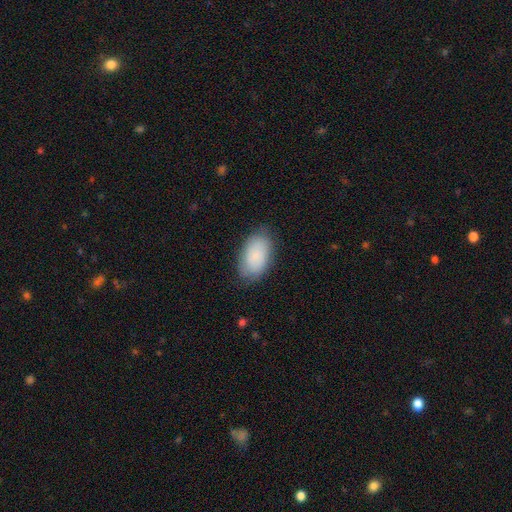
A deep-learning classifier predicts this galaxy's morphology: type=smooth (81%); roundness=in between (94%); merging=none (79%).